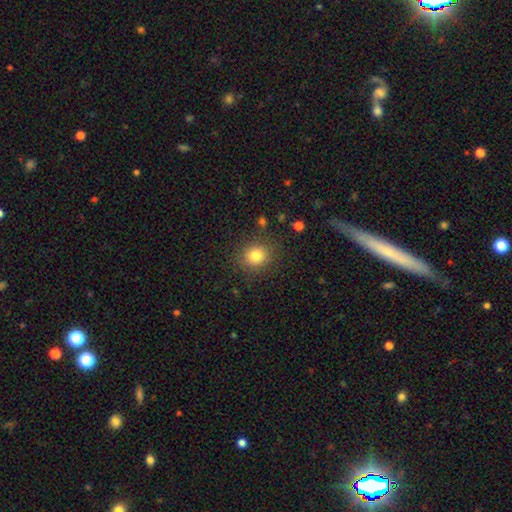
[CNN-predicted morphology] smooth-or-featured: smooth: 81% | star or artifact: 12% | featured or disk: 7%
  how-rounded: round: 77% | in between: 22% | cigar-shaped: 1%
  merging: none: 85% | minor disturbance: 9% | major disturbance: 3% | merger: 2%